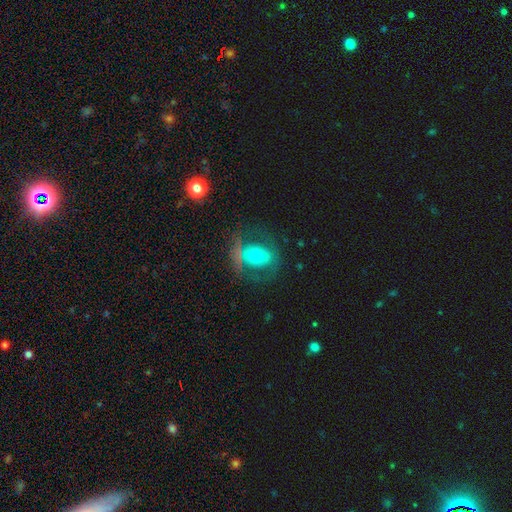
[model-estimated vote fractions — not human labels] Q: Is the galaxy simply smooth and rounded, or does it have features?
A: featured or disk — 46%.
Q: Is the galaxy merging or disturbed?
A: none — 59%.